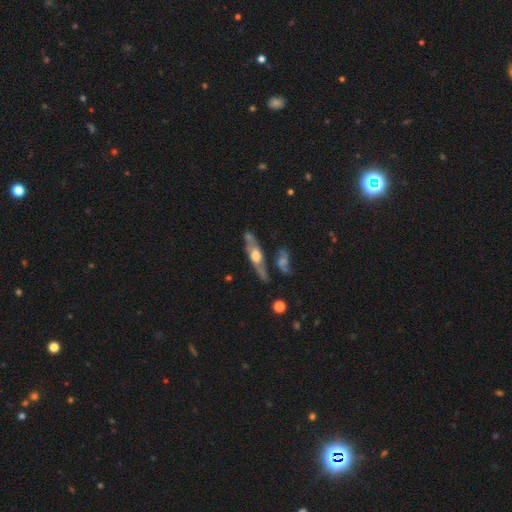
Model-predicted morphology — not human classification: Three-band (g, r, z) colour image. It shows a featured or disk galaxy (68%) viewed edge-on (71%). Merging: none (68%).